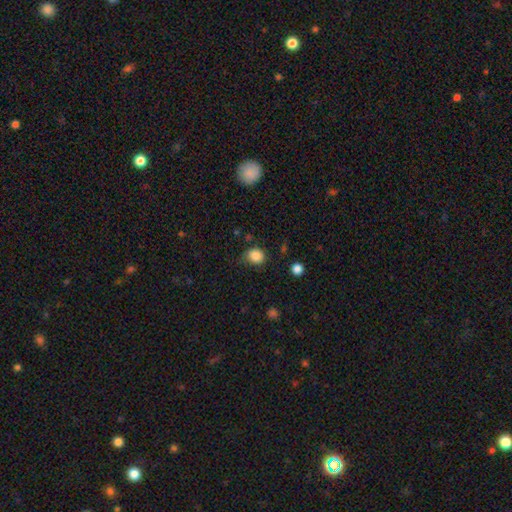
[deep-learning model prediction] smooth 85%, star or artifact 10%, featured or disk 5%. Down the decision tree: how rounded — round (71%); merging — none (66%).